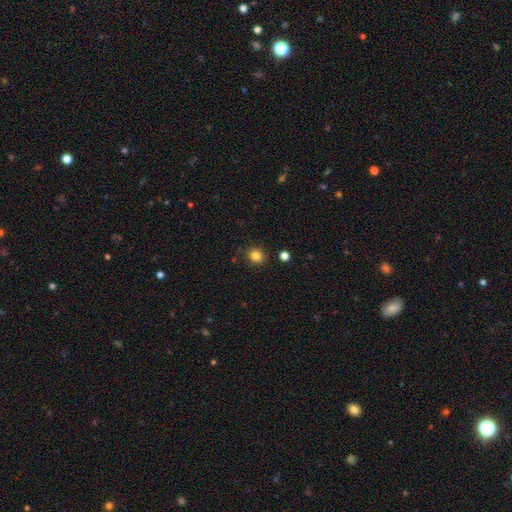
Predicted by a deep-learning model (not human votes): Q: Smooth or featured?
A: smooth (83%); runner-up: star or artifact (12%)
Q: How rounded?
A: round (86%); runner-up: in between (13%)
Q: Merging?
A: none (89%); runner-up: minor disturbance (7%)